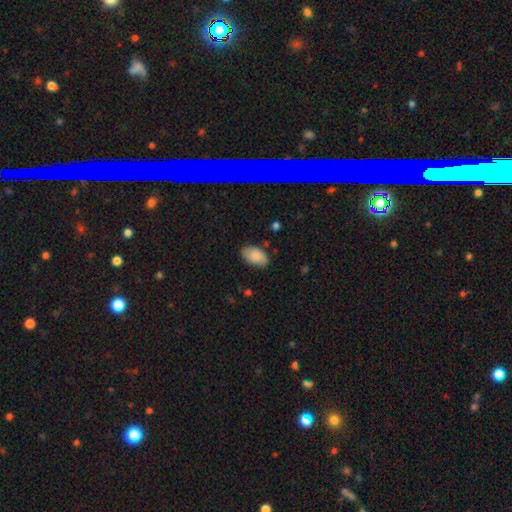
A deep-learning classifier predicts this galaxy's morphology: smooth-or-featured: smooth: 85% | star or artifact: 8% | featured or disk: 7%
  how-rounded: in between: 93% | round: 6% | cigar-shaped: 1%
  merging: none: 82% | minor disturbance: 14% | major disturbance: 3% | merger: 1%